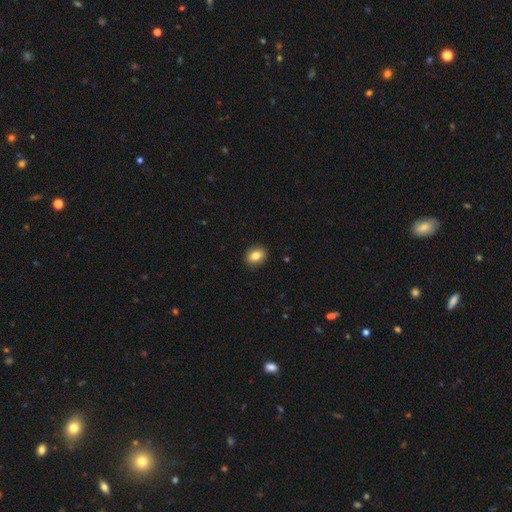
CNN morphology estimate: A smooth galaxy with no disk features (83%) that is in between round and cigar-shaped (63%). Merging: none (90%).